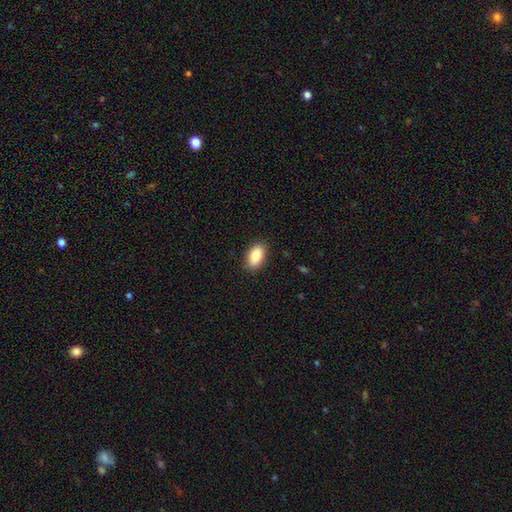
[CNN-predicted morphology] smooth_or_featured: smooth (p=0.89) [alt: star or artifact p=0.07]
how_rounded: in between (p=0.93) [alt: round p=0.05]
merging: none (p=0.87) [alt: minor disturbance p=0.09]